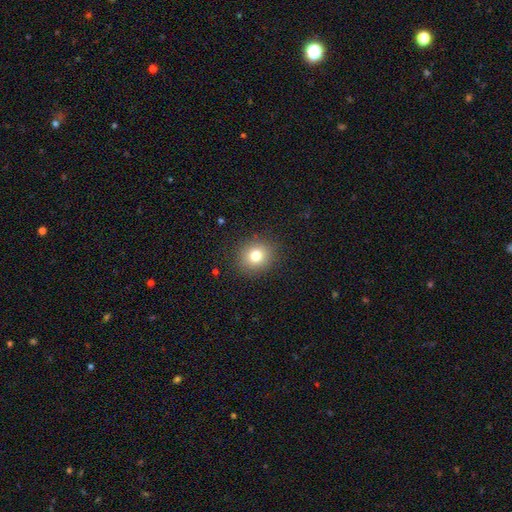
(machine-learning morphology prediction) A smooth galaxy with no disk features (80%) that is round (78%). Merging: none (89%).